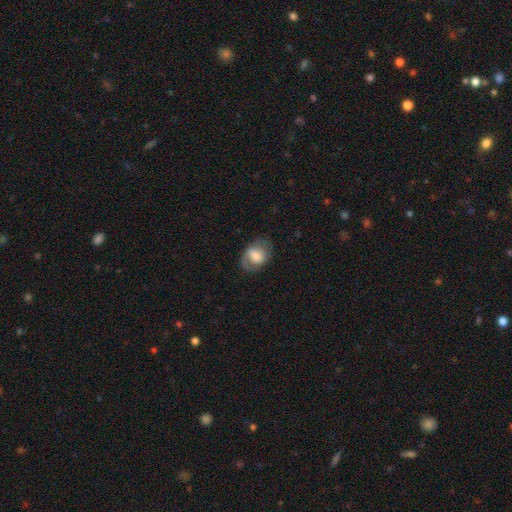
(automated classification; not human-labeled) A featured or disk galaxy (48%). Merging: none (64%).